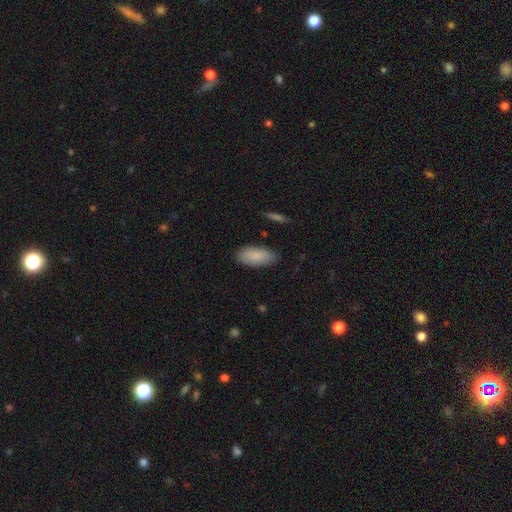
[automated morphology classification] Smooth or featured? smooth (87%)
How rounded? in between (89%)
Merging? none (85%)